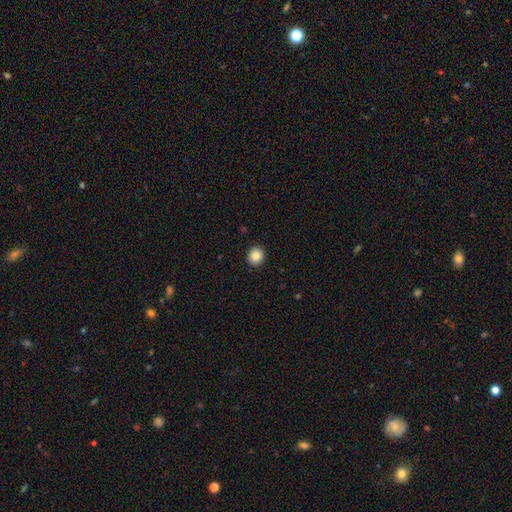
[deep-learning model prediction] A smooth galaxy with no disk features (85%) that is round (85%). Merging: none (92%).